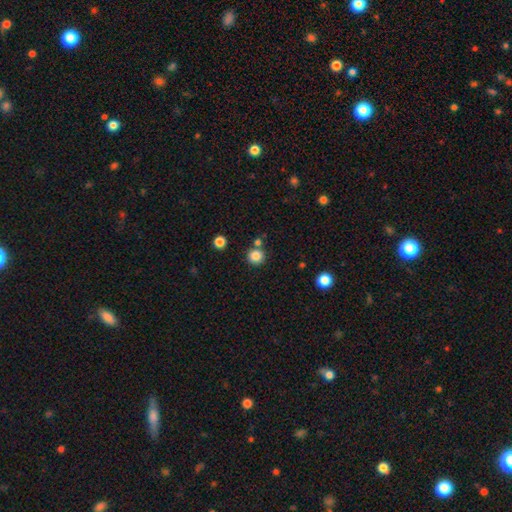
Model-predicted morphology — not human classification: Overall: smooth (84%). How rounded: round (94%). Merging: none (80%).